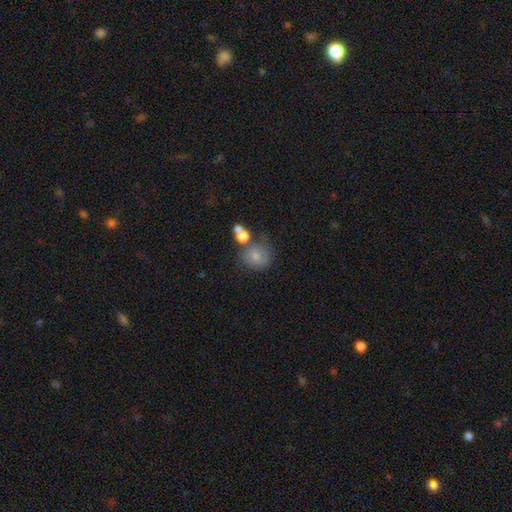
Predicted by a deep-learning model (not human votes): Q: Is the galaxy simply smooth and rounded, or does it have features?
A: smooth — 72%.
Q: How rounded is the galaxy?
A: round — 76%.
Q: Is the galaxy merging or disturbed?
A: none — 48%.